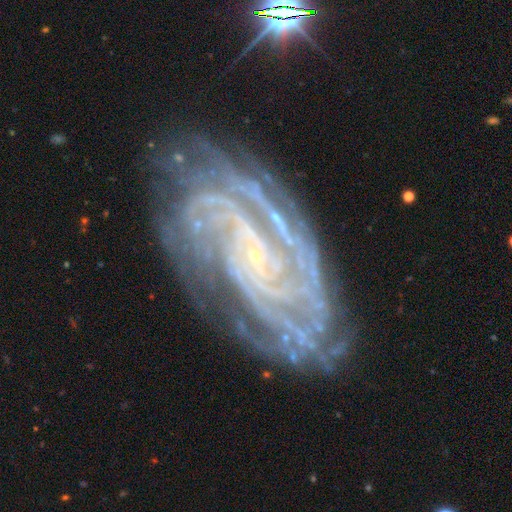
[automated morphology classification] Smooth or featured? featured or disk (88%)
Edge-on disk? no (96%)
Bar? no (55%)
Spiral arms? yes (98%)
Spiral winding? tight (76%)
Spiral arm count? can't tell (23%)
Bulge size? small (87%)
Merging? none (76%)